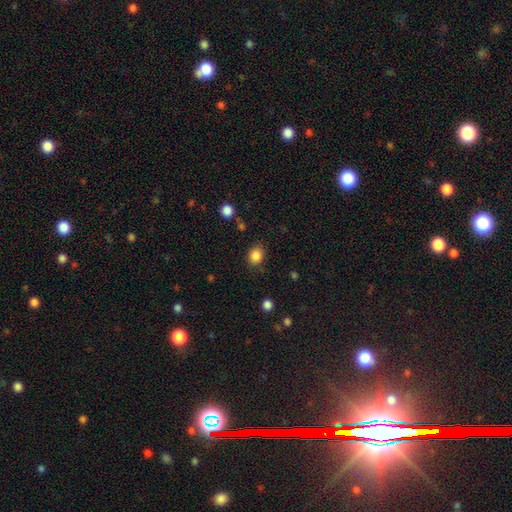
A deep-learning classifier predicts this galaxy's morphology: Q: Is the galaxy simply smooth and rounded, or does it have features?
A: smooth — 85%.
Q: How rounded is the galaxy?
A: round — 60%.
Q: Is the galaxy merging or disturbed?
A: none — 81%.